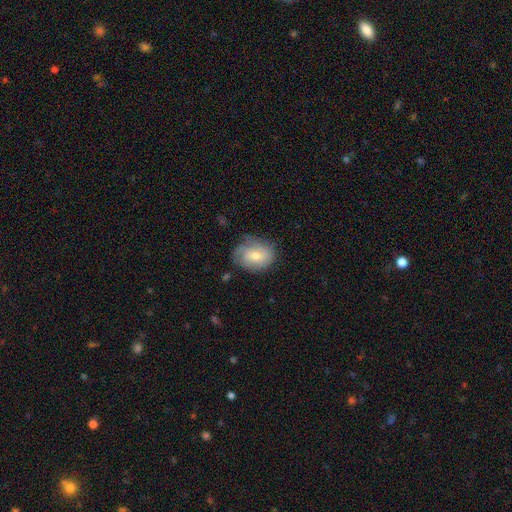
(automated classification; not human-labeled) smooth_or_featured: smooth (p=0.58) [alt: featured or disk p=0.34]
how_rounded: in between (p=0.61) [alt: round p=0.38]
merging: none (p=0.60) [alt: minor disturbance p=0.29]